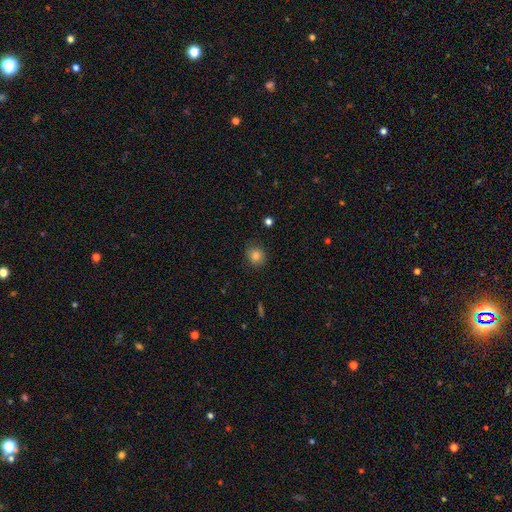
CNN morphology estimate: Q: Smooth or featured?
A: smooth (84%); runner-up: star or artifact (11%)
Q: How rounded?
A: round (78%); runner-up: in between (21%)
Q: Merging?
A: none (81%); runner-up: minor disturbance (14%)